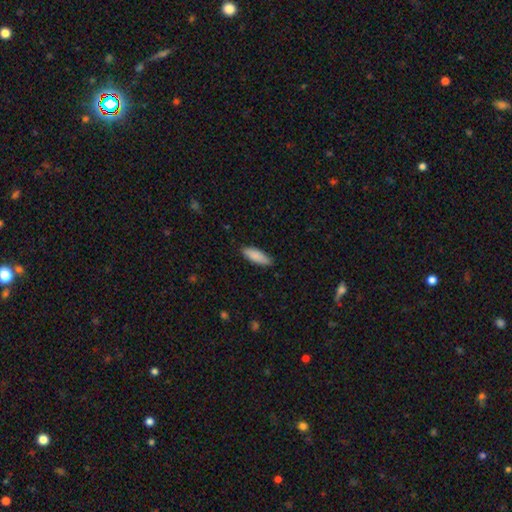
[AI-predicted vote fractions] Smooth or featured? smooth (88%)
How rounded? in between (61%)
Merging? none (86%)